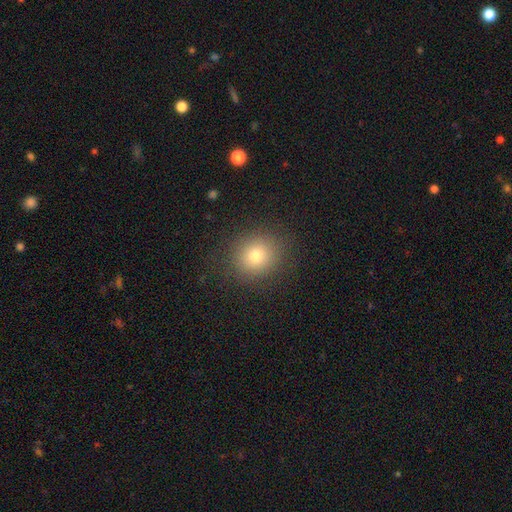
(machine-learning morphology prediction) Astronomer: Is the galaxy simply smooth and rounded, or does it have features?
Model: smooth — 76%.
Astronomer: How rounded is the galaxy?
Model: round — 81%.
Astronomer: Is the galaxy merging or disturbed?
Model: none — 87%.